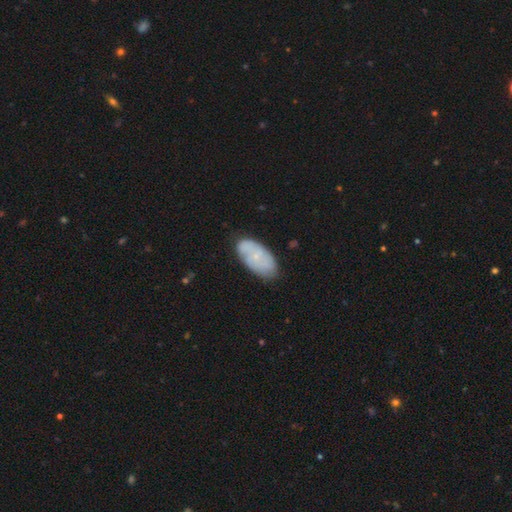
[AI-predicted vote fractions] This appears to be a smooth galaxy with no disk features (48%). Merging: none (73%).